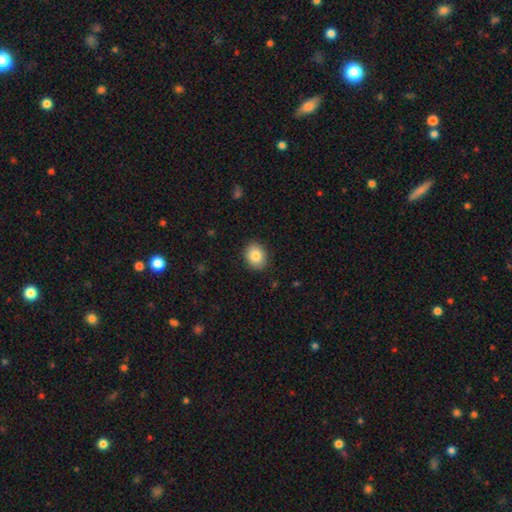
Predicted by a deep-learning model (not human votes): Overall: smooth (85%). How rounded: in between (55%; round 44%). Merging: none (89%).